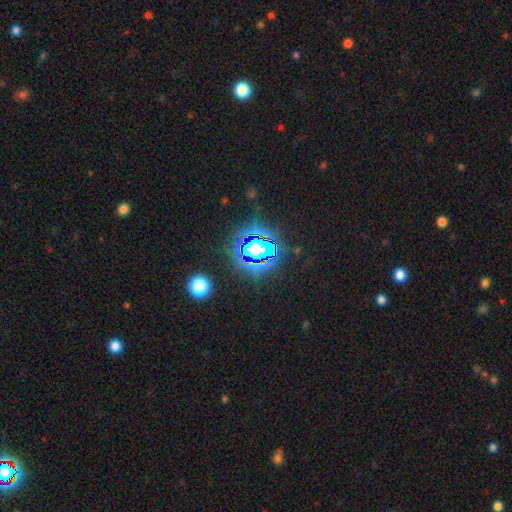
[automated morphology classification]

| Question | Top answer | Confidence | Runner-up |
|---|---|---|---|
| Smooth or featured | star or artifact | 79% | smooth (14%) |